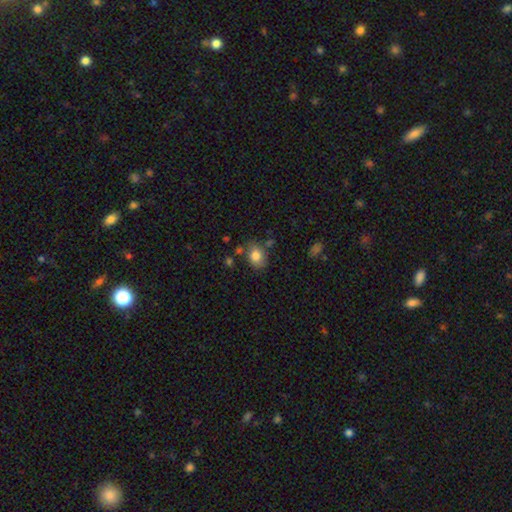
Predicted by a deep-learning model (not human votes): smooth_or_featured: smooth (p=0.82) [alt: featured or disk p=0.10]
how_rounded: in between (p=0.61) [alt: round p=0.38]
merging: none (p=0.71) [alt: minor disturbance p=0.18]